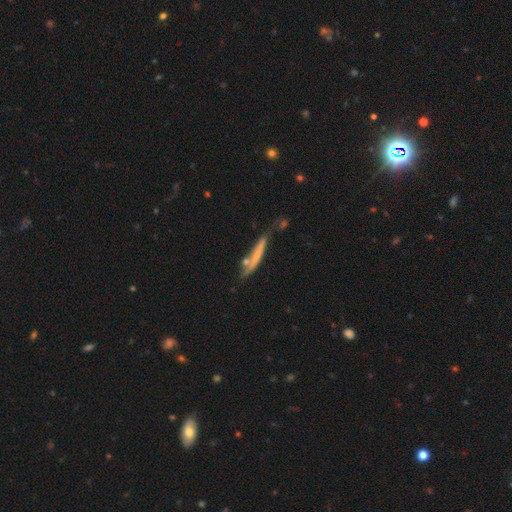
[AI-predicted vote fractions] smooth 53%, featured or disk 39%, star or artifact 8%. Down the decision tree: how rounded — cigar-shaped (92%); merging — none (52%).